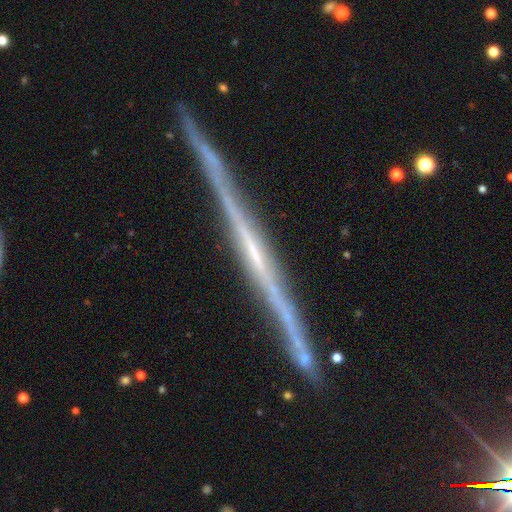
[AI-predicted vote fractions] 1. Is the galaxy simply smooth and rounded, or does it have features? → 80% featured or disk, 10% smooth, 10% star or artifact.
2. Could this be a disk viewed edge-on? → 98% yes, 2% no.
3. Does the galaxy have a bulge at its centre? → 60% none, 31% rounded, 10% boxy.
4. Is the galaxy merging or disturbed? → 88% none, 8% minor disturbance, 2% major disturbance, 2% merger.